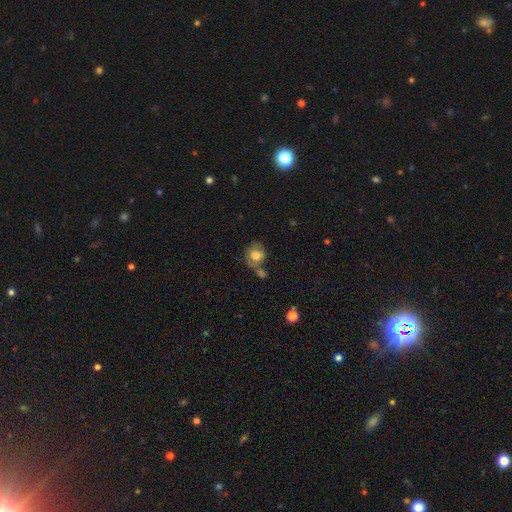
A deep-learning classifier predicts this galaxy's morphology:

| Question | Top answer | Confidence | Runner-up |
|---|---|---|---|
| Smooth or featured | smooth | 70% | featured or disk (21%) |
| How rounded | round | 70% | in between (29%) |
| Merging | none | 48% | merger (25%) |